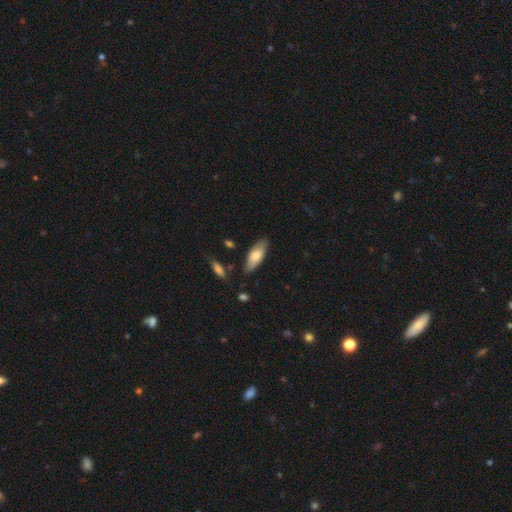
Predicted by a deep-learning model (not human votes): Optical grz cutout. It shows a smooth galaxy with no disk features (70%) that is in between round and cigar-shaped (75%). Merging: none (80%).